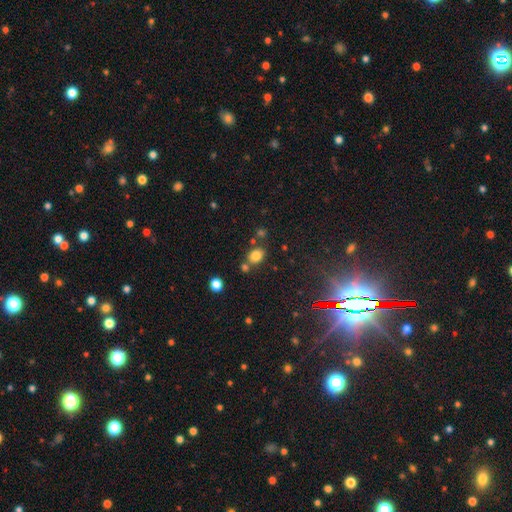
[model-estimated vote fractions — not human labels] Smooth or featured? smooth (80%)
How rounded? in between (57%)
Merging? none (66%)